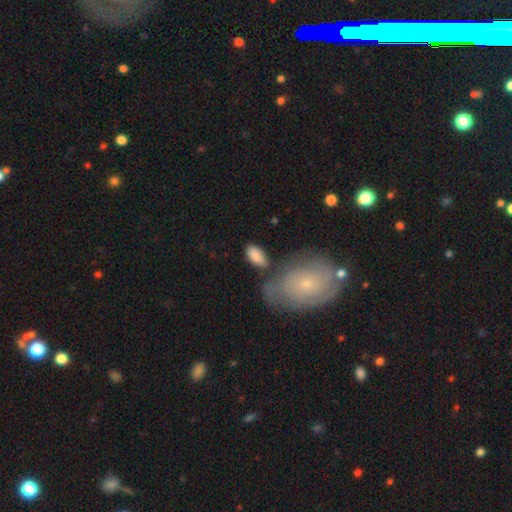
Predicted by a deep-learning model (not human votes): Morphology: type=smooth (84%); roundness=in between (93%); merging=none (70%).